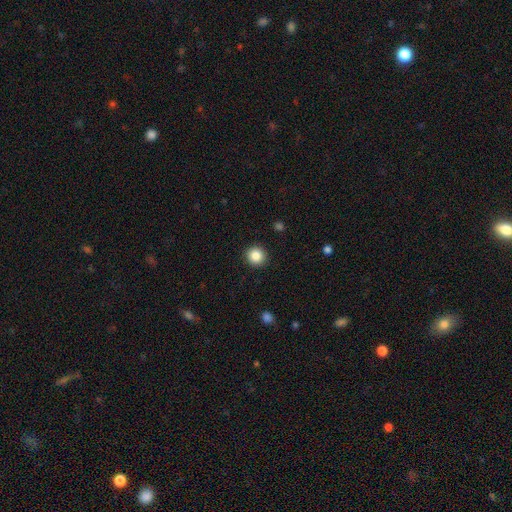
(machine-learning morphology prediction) A smooth galaxy with no disk features (85%) that is round (94%).

Vote fractions:
- Smooth or featured? smooth: 85% / star or artifact: 10% / featured or disk: 5%
- How rounded? round: 94% / in between: 5% / cigar-shaped: 1%
- Merging? none: 92% / minor disturbance: 5% / major disturbance: 2% / merger: 1%